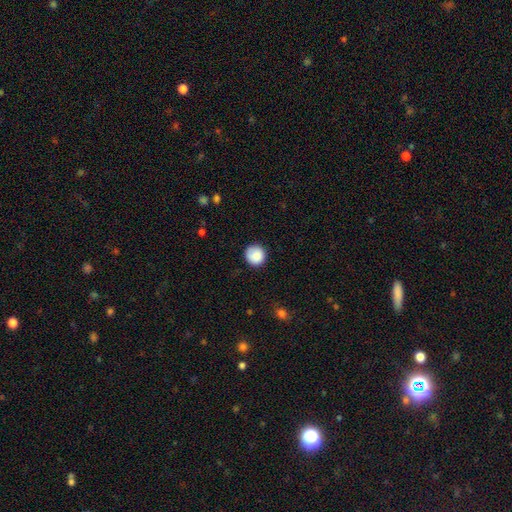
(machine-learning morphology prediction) Smooth or featured?
  - smooth: 87% *
  - star or artifact: 8%
  - featured or disk: 5%
How rounded?
  - round: 94% *
  - in between: 5%
  - cigar-shaped: 1%
Merging?
  - none: 85% *
  - minor disturbance: 11%
  - major disturbance: 3%
  - merger: 1%